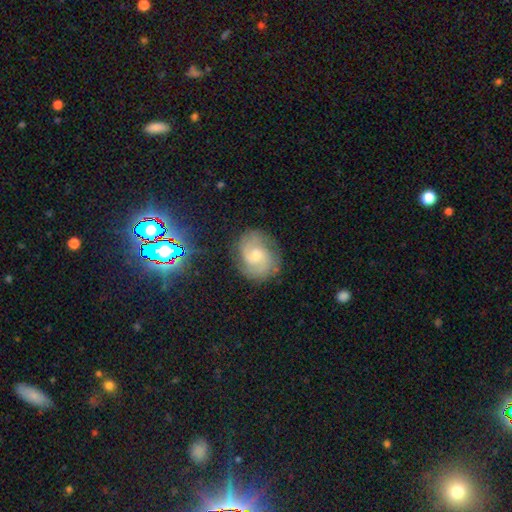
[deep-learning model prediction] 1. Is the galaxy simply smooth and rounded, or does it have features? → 78% featured or disk, 14% smooth, 8% star or artifact.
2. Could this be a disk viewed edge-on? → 98% no, 2% yes.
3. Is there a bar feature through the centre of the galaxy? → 54% no, 40% weak, 6% strong.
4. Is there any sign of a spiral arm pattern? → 96% yes, 4% no.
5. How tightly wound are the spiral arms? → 46% medium, 42% tight, 12% loose.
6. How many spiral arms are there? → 62% 2, 15% 3, 14% can't tell, 3% 1, 3% 4, 3% more than 4.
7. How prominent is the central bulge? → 49% moderate, 45% small, 3% large, 2% none, 1% dominant.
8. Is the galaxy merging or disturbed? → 78% none, 15% minor disturbance, 5% major disturbance, 1% merger.